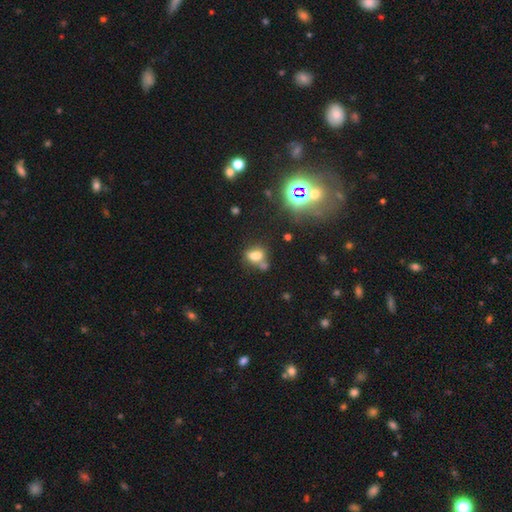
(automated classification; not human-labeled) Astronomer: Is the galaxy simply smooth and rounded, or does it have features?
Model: smooth — 67%.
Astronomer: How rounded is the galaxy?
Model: in between — 68%.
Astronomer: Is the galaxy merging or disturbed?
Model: merger — 38% (runner-up: none, 37%).